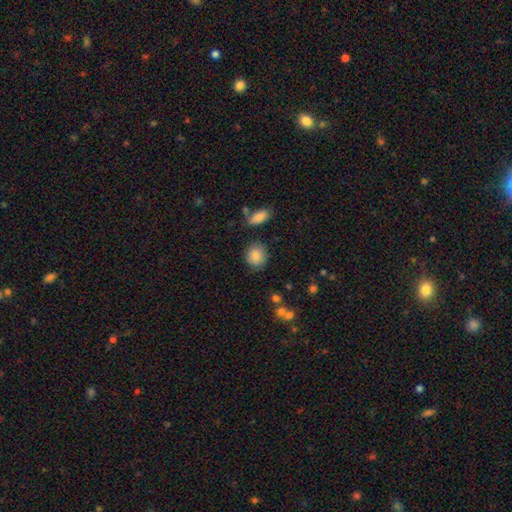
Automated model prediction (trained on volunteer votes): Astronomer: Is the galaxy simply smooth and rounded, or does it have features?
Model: smooth — 85%.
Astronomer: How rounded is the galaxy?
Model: round — 77%.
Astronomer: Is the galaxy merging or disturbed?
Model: none — 81%.